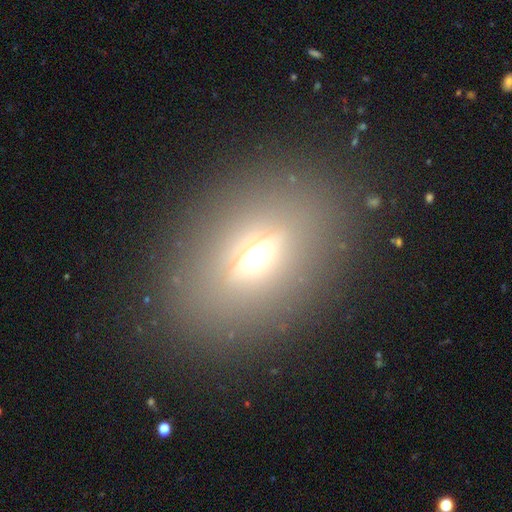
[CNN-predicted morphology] Smooth or featured? Predicted: featured or disk (p=0.42). Merging? Predicted: none (p=0.84).